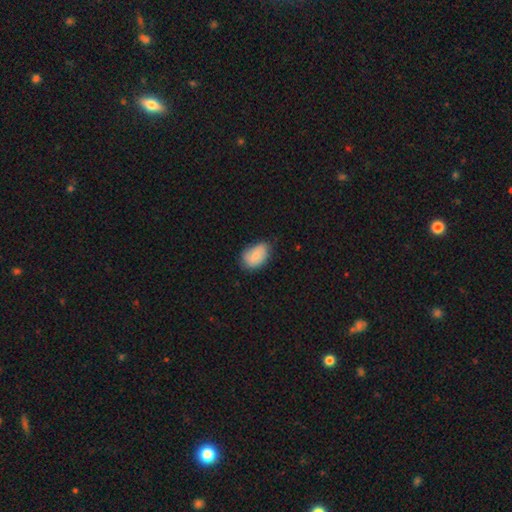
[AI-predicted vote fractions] smooth 79%, featured or disk 14%, star or artifact 7%. Down the decision tree: how rounded — in between (85%); merging — none (59%).